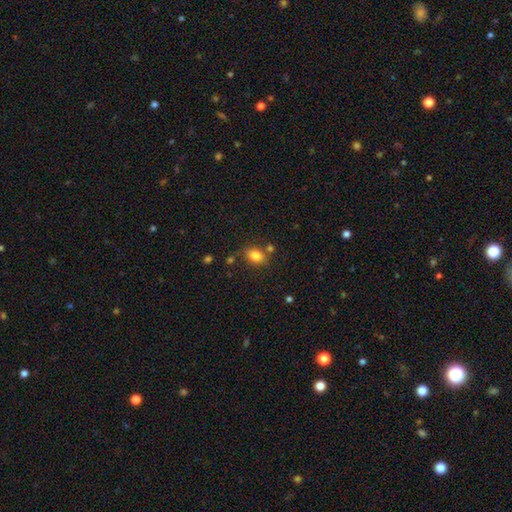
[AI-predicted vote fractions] A smooth galaxy with no disk features (82%) that is in between round and cigar-shaped (72%). Merging: none (71%).